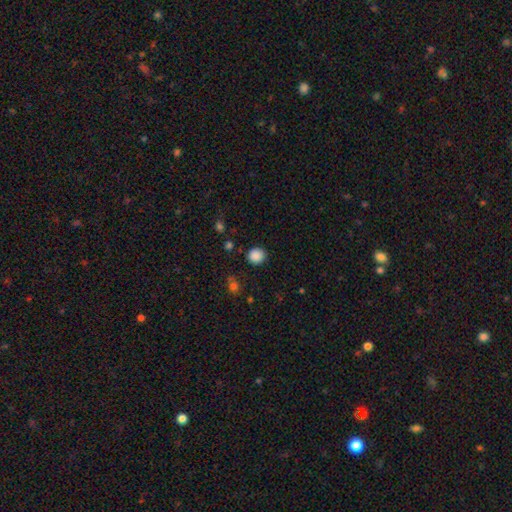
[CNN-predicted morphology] This is clearly a smooth galaxy (87%). How rounded: clearly round (90%). Merging: clearly none (89%).